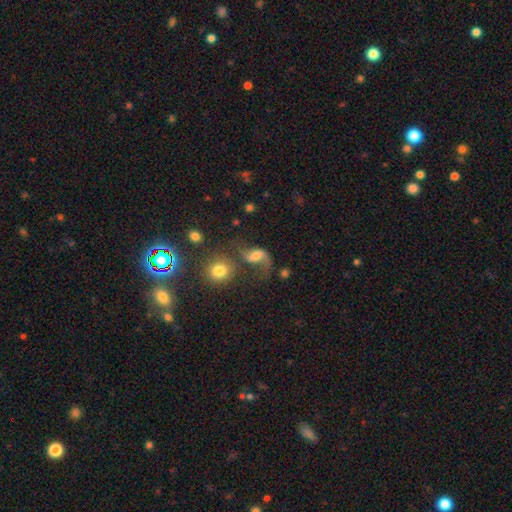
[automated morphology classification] Smooth or featured? Predicted: featured or disk (p=0.65). Edge-on disk? Predicted: no (p=0.97). Bar? Predicted: weak (p=0.43). Spiral arms? Predicted: yes (p=0.89). Spiral winding? Predicted: loose (p=0.80). Spiral arm count? Predicted: 2 (p=0.81). Bulge size? Predicted: moderate (p=0.49). Merging? Predicted: none (p=0.41).